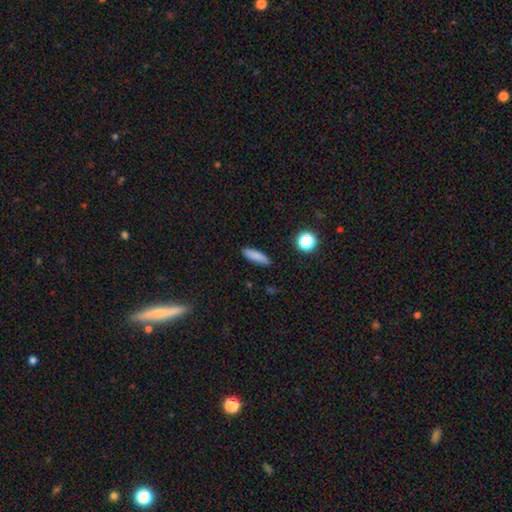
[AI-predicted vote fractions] smooth_or_featured: smooth (p=0.83) [alt: star or artifact p=0.10]
how_rounded: cigar-shaped (p=0.62) [alt: in between p=0.35]
merging: none (p=0.88) [alt: minor disturbance p=0.09]